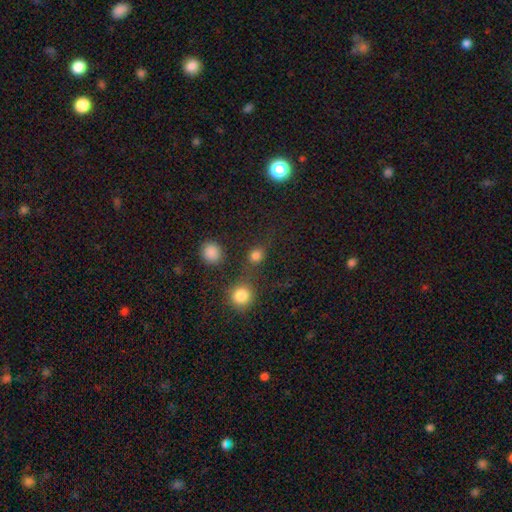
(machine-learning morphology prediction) smooth 79%, star or artifact 15%, featured or disk 6%. Down the decision tree: how rounded — round (81%); merging — none (64%).